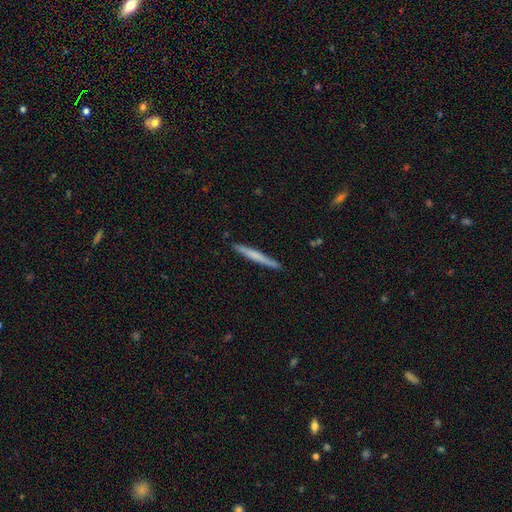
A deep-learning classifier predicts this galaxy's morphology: type=smooth (56%); roundness=cigar-shaped (97%); merging=none (90%).